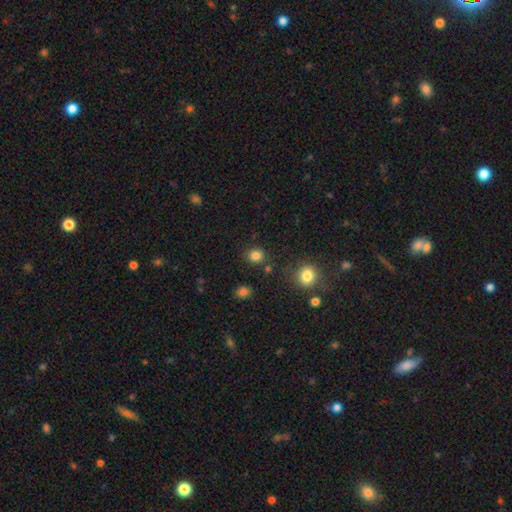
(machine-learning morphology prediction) Smooth or featured?
  - smooth: 83% *
  - star or artifact: 13%
  - featured or disk: 4%
How rounded?
  - round: 75% *
  - in between: 24%
  - cigar-shaped: 1%
Merging?
  - none: 83% *
  - minor disturbance: 9%
  - merger: 5%
  - major disturbance: 3%